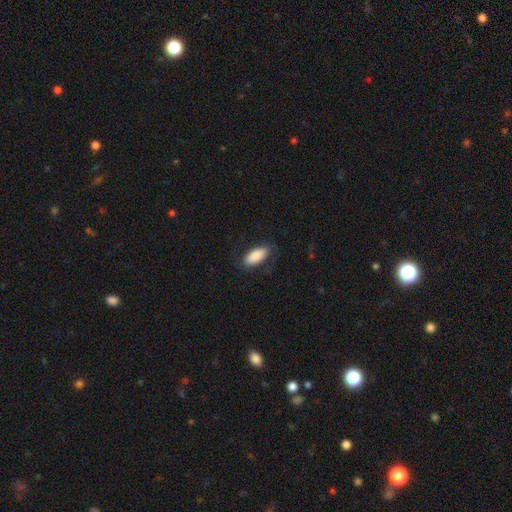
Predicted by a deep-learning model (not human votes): smooth_or_featured: smooth (p=0.87) [alt: featured or disk p=0.07]
how_rounded: in between (p=0.90) [alt: cigar-shaped p=0.08]
merging: none (p=0.76) [alt: minor disturbance p=0.17]